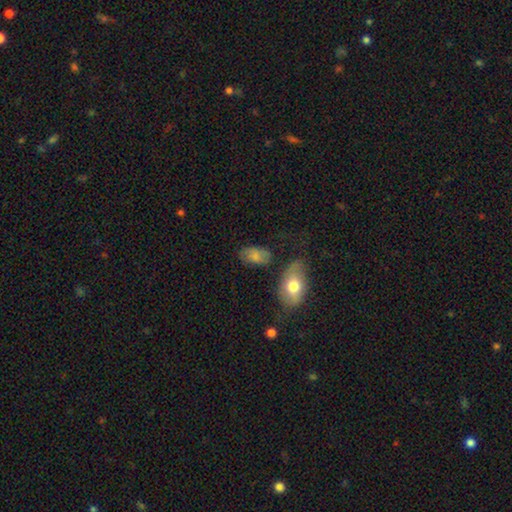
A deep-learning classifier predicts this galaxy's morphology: smooth 76%, featured or disk 15%, star or artifact 8%. Down the decision tree: how rounded — in between (91%); merging — none (65%).